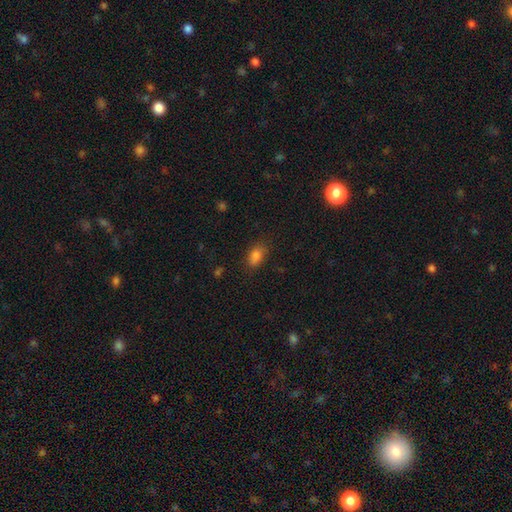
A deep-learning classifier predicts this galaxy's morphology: Smooth or featured? smooth (82%)
How rounded? in between (85%)
Merging? none (72%)